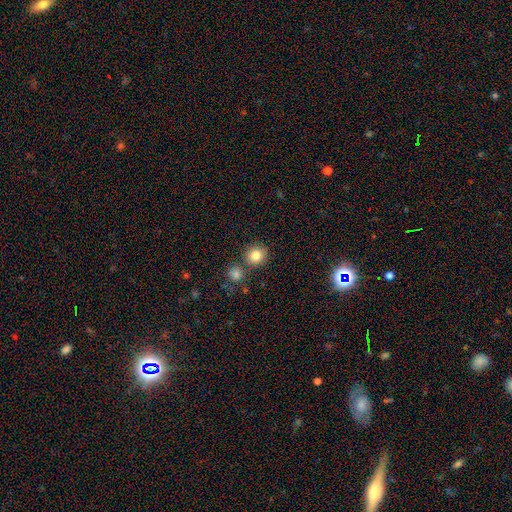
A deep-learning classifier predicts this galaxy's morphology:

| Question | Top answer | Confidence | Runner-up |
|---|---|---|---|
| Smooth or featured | smooth | 83% | star or artifact (11%) |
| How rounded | round | 89% | in between (10%) |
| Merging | none | 75% | merger (14%) |